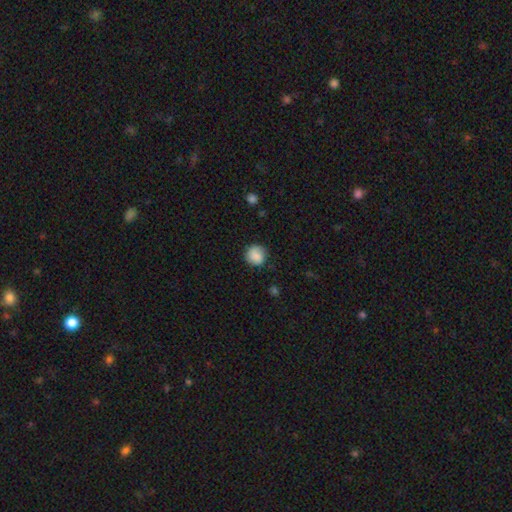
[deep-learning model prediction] Smooth or featured: smooth — 86% (star or artifact — 8%)
How rounded: round — 89% (in between — 10%)
Merging: none — 80% (minor disturbance — 15%)